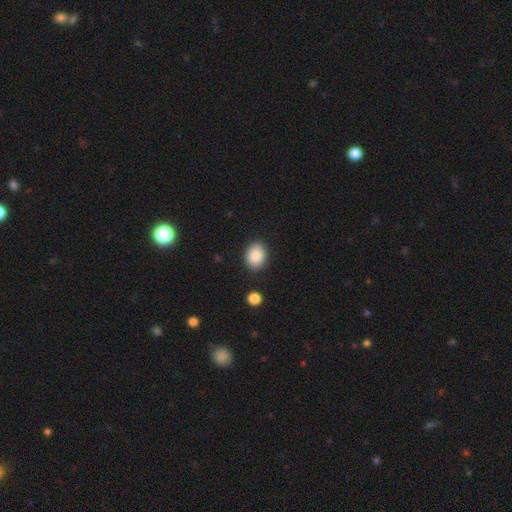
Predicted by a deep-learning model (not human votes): This is clearly a smooth galaxy (88%). How rounded: likely in between (61%). Merging: clearly none (86%).